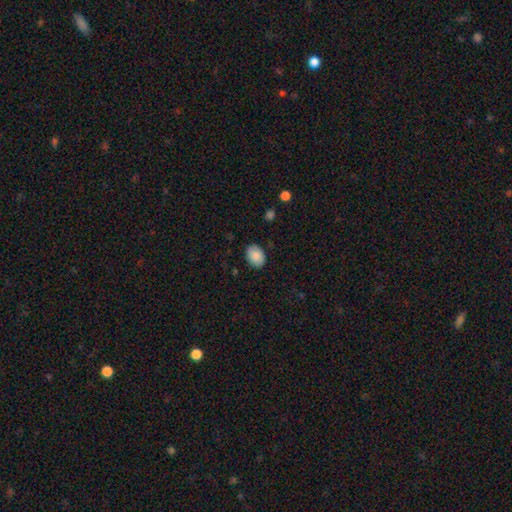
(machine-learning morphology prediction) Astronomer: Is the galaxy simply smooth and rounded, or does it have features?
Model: smooth — 89%.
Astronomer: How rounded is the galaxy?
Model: in between — 74%.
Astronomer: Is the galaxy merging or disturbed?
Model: none — 87%.